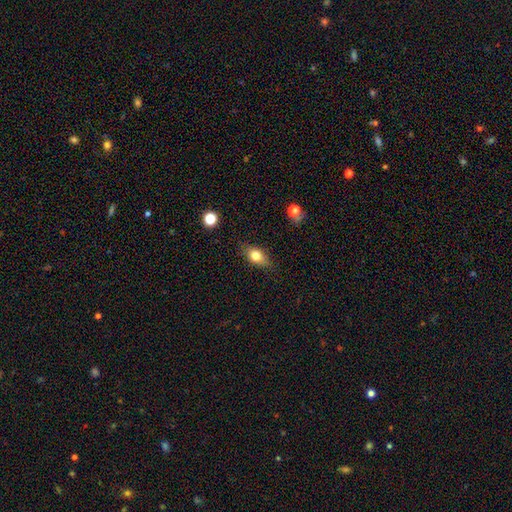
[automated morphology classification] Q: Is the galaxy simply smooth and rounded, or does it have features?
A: smooth — 74%.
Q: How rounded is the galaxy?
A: in between — 79%.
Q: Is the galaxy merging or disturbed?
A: none — 82%.